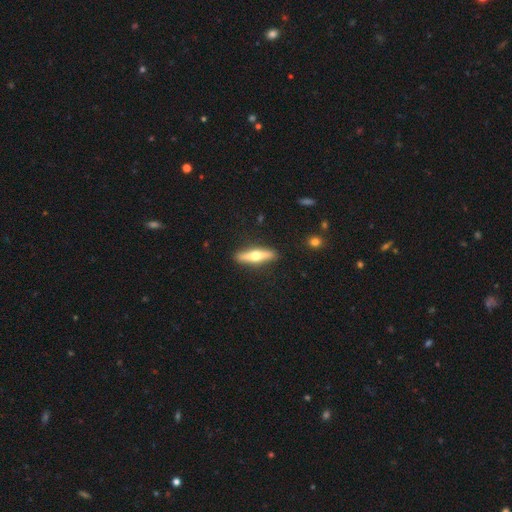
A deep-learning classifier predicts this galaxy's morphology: type=featured or disk (52%); edge-on=yes (93%); merging=none (90%).